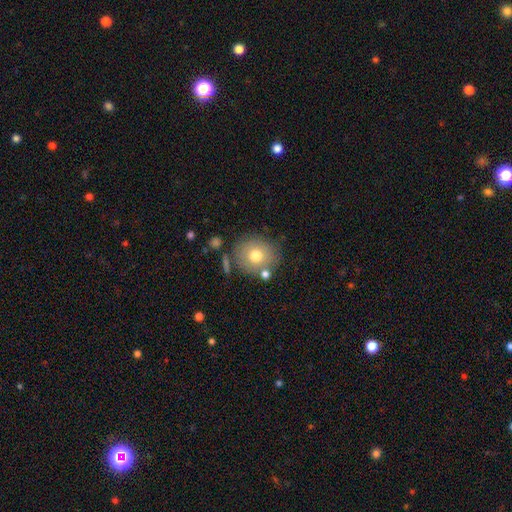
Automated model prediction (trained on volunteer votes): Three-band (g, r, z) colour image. It shows a smooth galaxy with no disk features (71%) that is round (84%). Merging: none (74%).